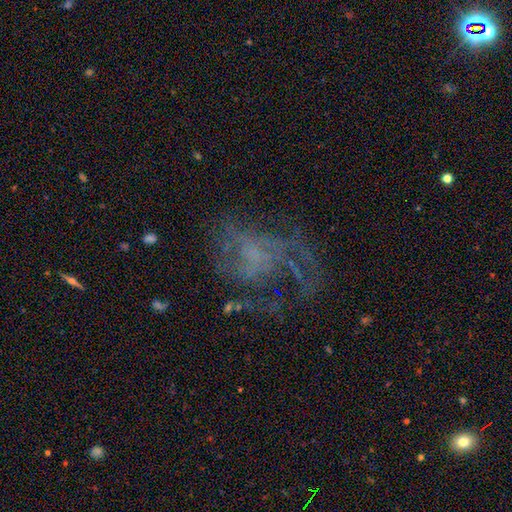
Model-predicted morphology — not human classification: Smooth or featured?
  - featured or disk: 64% *
  - star or artifact: 20%
  - smooth: 15%
Edge-on disk?
  - no: 97% *
  - yes: 3%
Bar?
  - no: 75% *
  - weak: 21%
  - strong: 4%
Spiral arms?
  - yes: 65% *
  - no: 35%
Bulge size?
  - none: 54% *
  - small: 27%
  - moderate: 14%
  - large: 3%
  - dominant: 1%
Merging?
  - none: 42% *
  - major disturbance: 39%
  - minor disturbance: 16%
  - merger: 3%